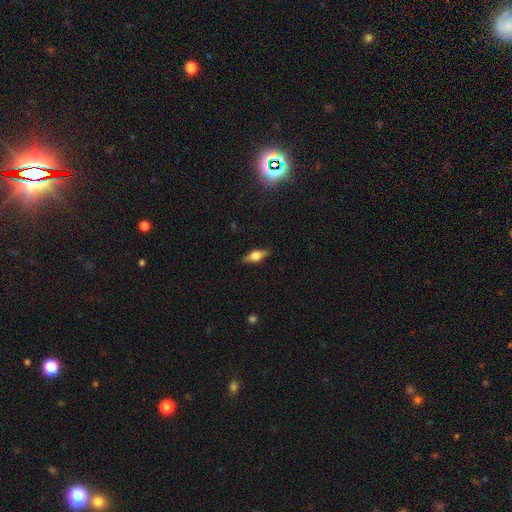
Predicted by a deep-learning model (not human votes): This appears to be a featured or disk galaxy (51%) viewed edge-on (93%). Merging: none (87%).